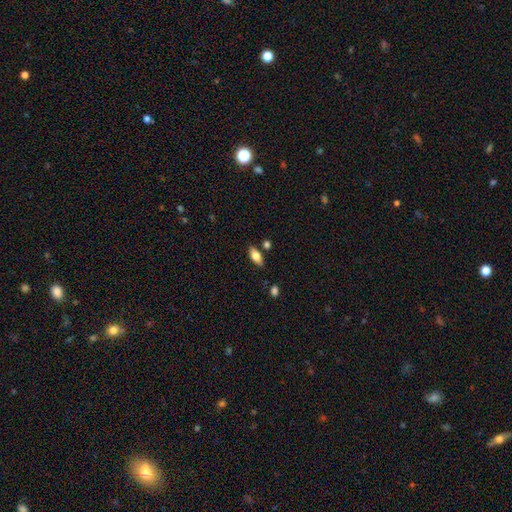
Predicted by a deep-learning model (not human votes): A smooth galaxy with no disk features (75%) that is in between round and cigar-shaped (86%).

Vote fractions:
- Smooth or featured? smooth: 75% / featured or disk: 18% / star or artifact: 7%
- How rounded? in between: 86% / cigar-shaped: 11% / round: 3%
- Merging? none: 80% / minor disturbance: 12% / merger: 5% / major disturbance: 3%